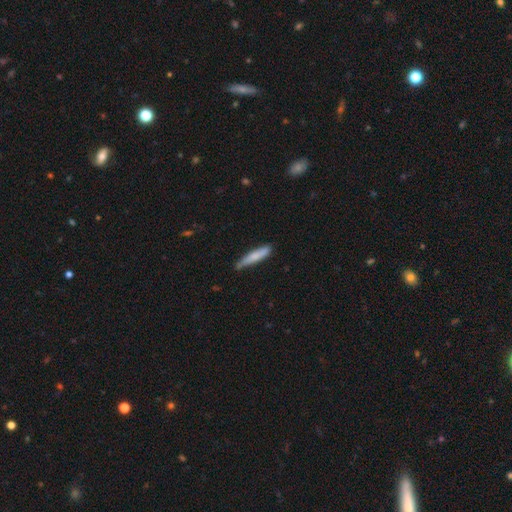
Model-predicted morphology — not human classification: smooth_or_featured: smooth (p=0.75) [alt: featured or disk p=0.19]
how_rounded: cigar-shaped (p=0.90) [alt: in between p=0.08]
merging: none (p=0.71) [alt: minor disturbance p=0.23]